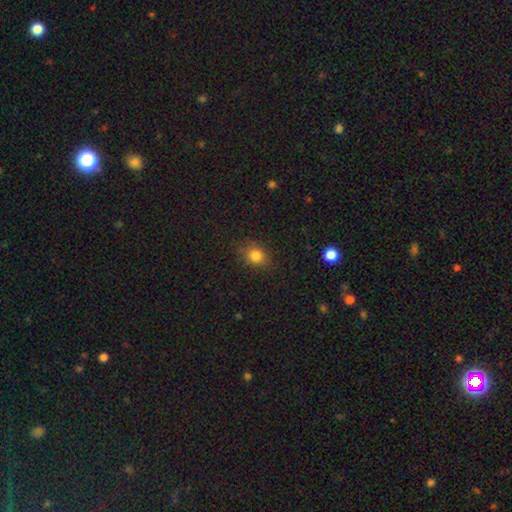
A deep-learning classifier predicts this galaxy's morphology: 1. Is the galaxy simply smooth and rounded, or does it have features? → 81% smooth, 13% star or artifact, 6% featured or disk.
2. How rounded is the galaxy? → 66% round, 32% in between, 1% cigar-shaped.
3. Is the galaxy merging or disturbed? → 81% none, 14% minor disturbance, 4% major disturbance, 1% merger.